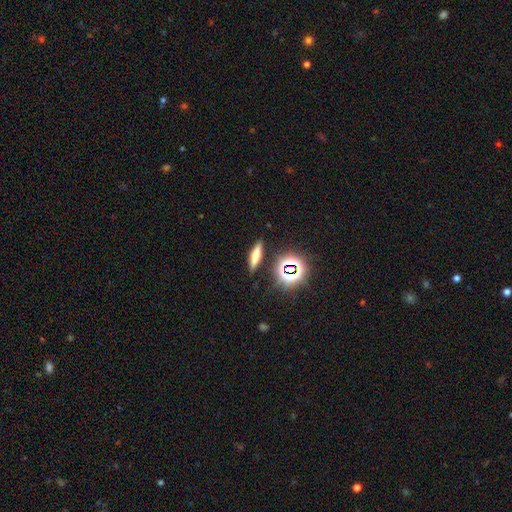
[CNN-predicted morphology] Overall: smooth (59%; star or artifact 21%). How rounded: cigar-shaped (69%). Merging: none (86%).